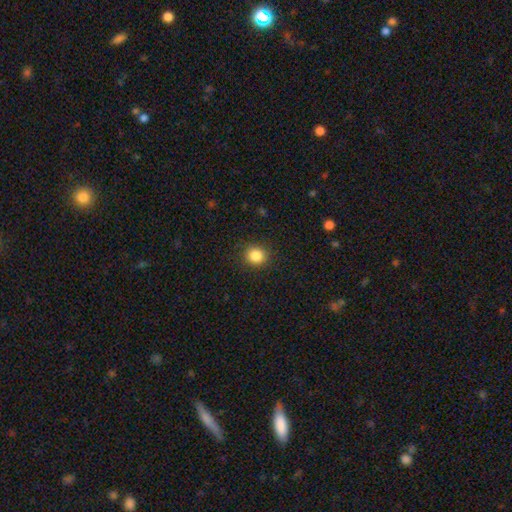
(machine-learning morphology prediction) type=smooth (85%); roundness=round (86%); merging=none (90%).